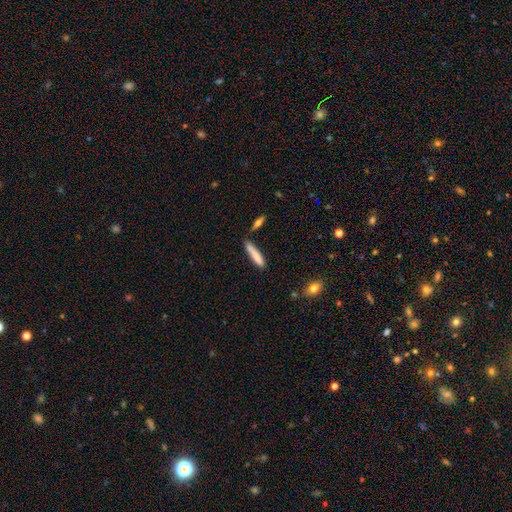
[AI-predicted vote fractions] Smooth or featured?
  - smooth: 80% *
  - featured or disk: 13%
  - star or artifact: 6%
How rounded?
  - cigar-shaped: 89% *
  - in between: 9%
  - round: 1%
Merging?
  - none: 71% *
  - minor disturbance: 18%
  - merger: 8%
  - major disturbance: 4%